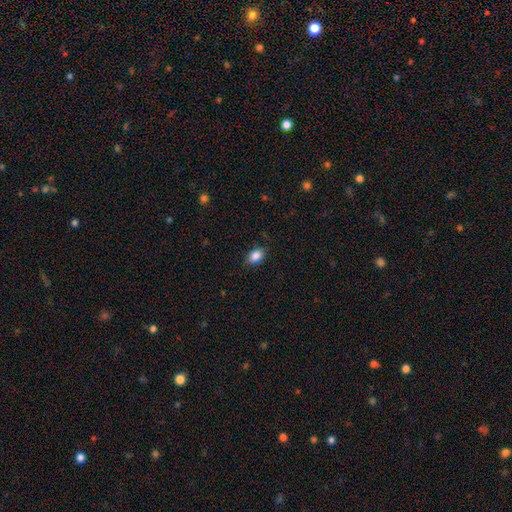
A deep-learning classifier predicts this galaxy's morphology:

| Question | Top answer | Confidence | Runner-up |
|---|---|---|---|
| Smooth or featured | smooth | 87% | star or artifact (8%) |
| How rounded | in between | 85% | round (13%) |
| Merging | none | 80% | minor disturbance (15%) |